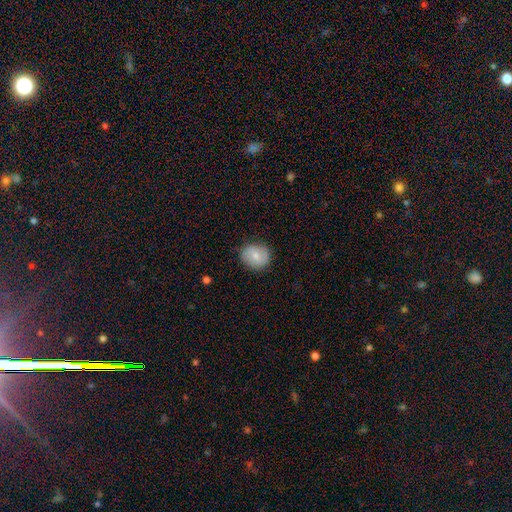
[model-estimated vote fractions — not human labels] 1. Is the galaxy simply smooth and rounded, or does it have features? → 75% smooth, 18% featured or disk, 7% star or artifact.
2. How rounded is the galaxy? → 71% round, 28% in between, 1% cigar-shaped.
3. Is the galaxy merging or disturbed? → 82% none, 14% minor disturbance, 3% major disturbance, 1% merger.